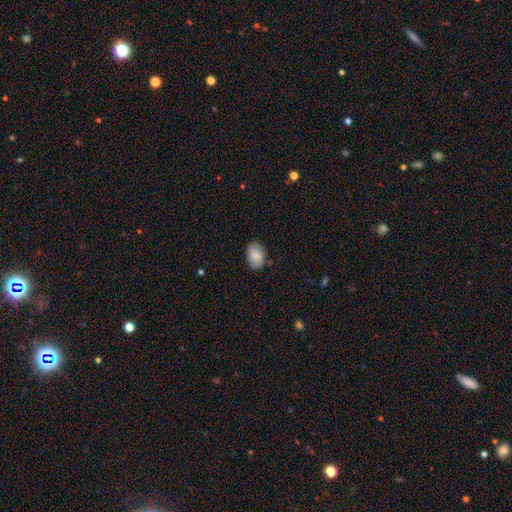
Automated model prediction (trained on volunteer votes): Overall: smooth (85%). How rounded: in between (87%). Merging: none (80%).